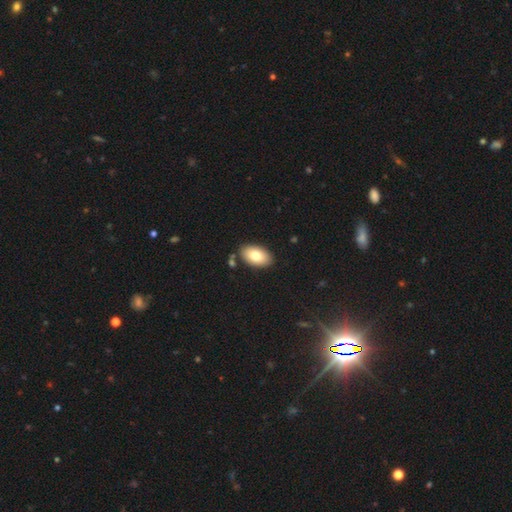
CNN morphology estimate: A smooth galaxy with no disk features (79%) that is in between round and cigar-shaped (94%).

Vote fractions:
- Smooth or featured? smooth: 79% / featured or disk: 14% / star or artifact: 7%
- How rounded? in between: 94% / round: 4% / cigar-shaped: 1%
- Merging? none: 84% / minor disturbance: 10% / merger: 4% / major disturbance: 2%